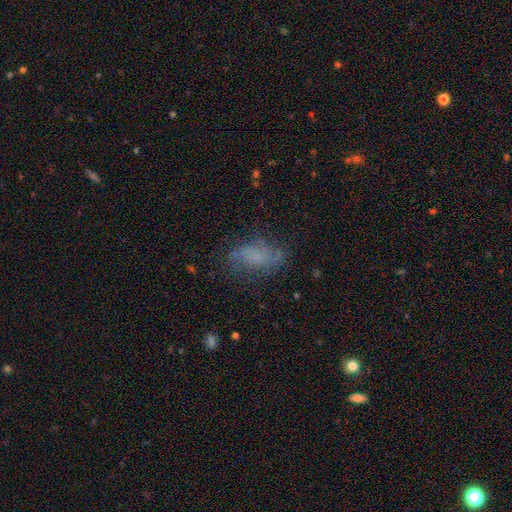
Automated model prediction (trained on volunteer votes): This appears to be a featured or disk galaxy (43%). Merging: none (59%).